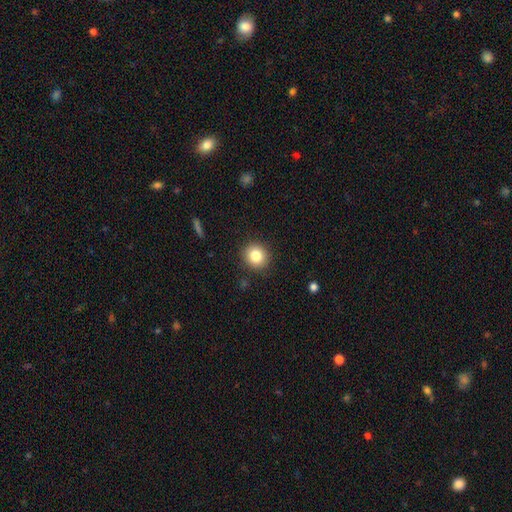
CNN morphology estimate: This is clearly a smooth galaxy (83%). How rounded: clearly round (82%). Merging: clearly none (89%).